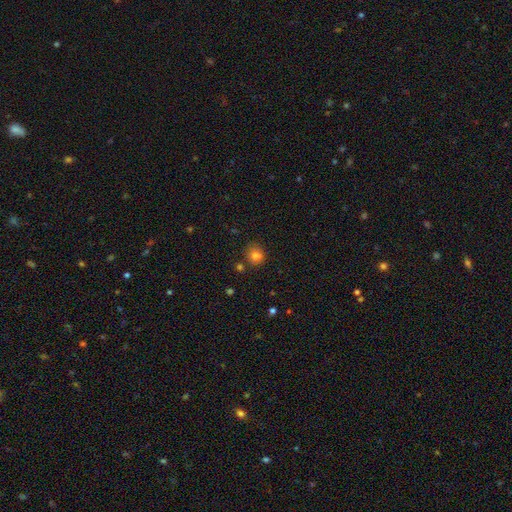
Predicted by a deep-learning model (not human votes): Smooth or featured?
  - smooth: 82% *
  - star or artifact: 12%
  - featured or disk: 6%
How rounded?
  - round: 81% *
  - in between: 18%
  - cigar-shaped: 1%
Merging?
  - none: 76% *
  - minor disturbance: 15%
  - merger: 5%
  - major disturbance: 4%